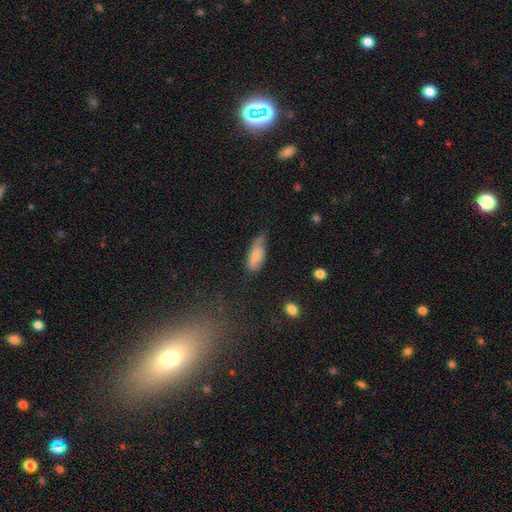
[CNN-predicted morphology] Overall: smooth (76%). How rounded: in between (76%). Merging: minor disturbance (47%; none 32%).